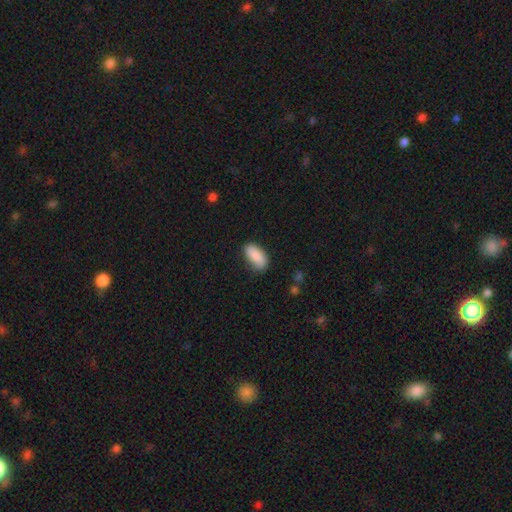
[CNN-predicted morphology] smooth 89%, star or artifact 6%, featured or disk 5%. Down the decision tree: how rounded — in between (91%); merging — none (77%).